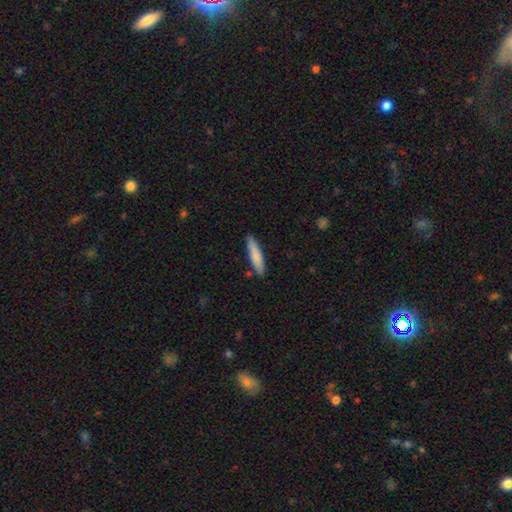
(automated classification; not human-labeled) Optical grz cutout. It shows a smooth galaxy with no disk features (81%) that is cigar-shaped (83%). Merging: none (85%).